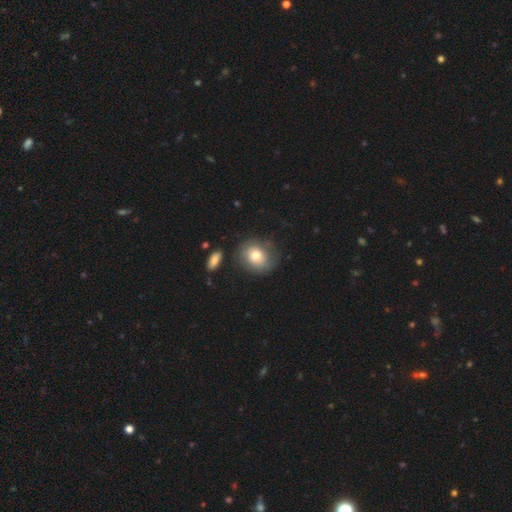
Volunteers were most divided on "merging": none: 69%, minor disturbance: 29%, major disturbance: 3%, merger: 0%. More confident: how rounded — round (85%); smooth or featured — smooth (68%).